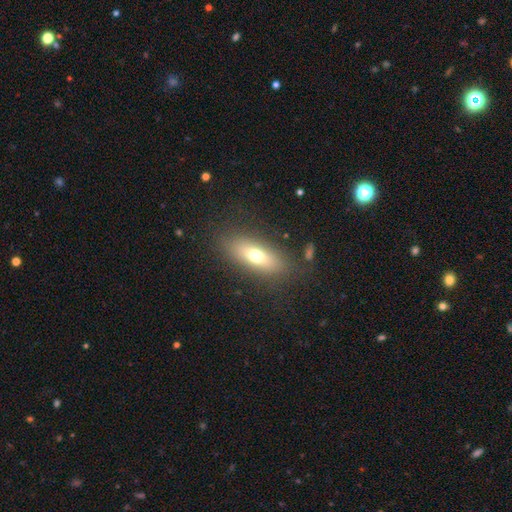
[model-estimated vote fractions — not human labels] smooth-or-featured: smooth: 68% | featured or disk: 23% | star or artifact: 9%
  how-rounded: in between: 67% | cigar-shaped: 29% | round: 4%
  merging: none: 82% | minor disturbance: 11% | major disturbance: 5% | merger: 2%